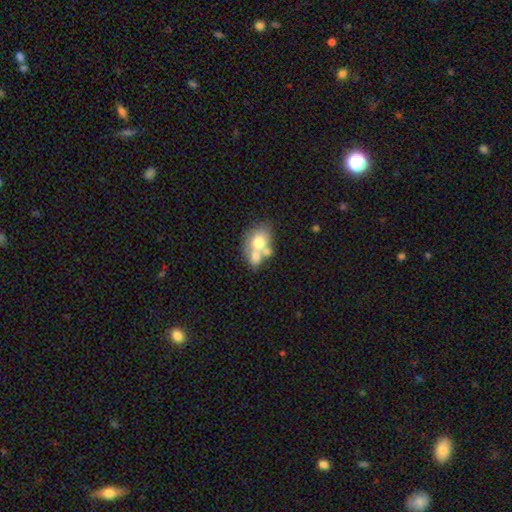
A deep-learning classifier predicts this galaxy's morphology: Smooth or featured?
  - smooth: 63% *
  - featured or disk: 28%
  - star or artifact: 9%
How rounded?
  - in between: 59% *
  - round: 40%
  - cigar-shaped: 1%
Merging?
  - merger: 61% *
  - none: 25%
  - minor disturbance: 9%
  - major disturbance: 5%